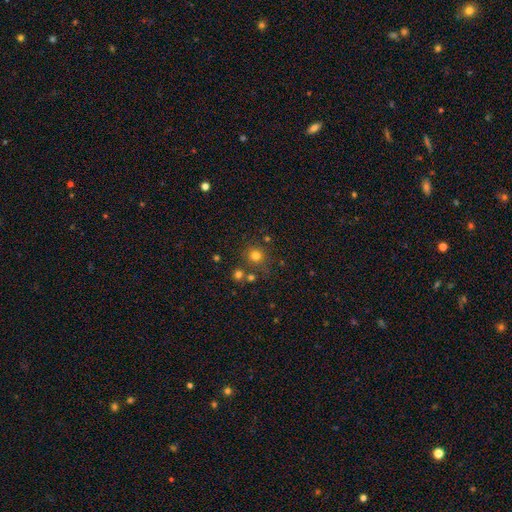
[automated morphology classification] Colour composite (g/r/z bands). It shows a smooth galaxy with no disk features (74%) that is round (91%). Merging: none (75%).